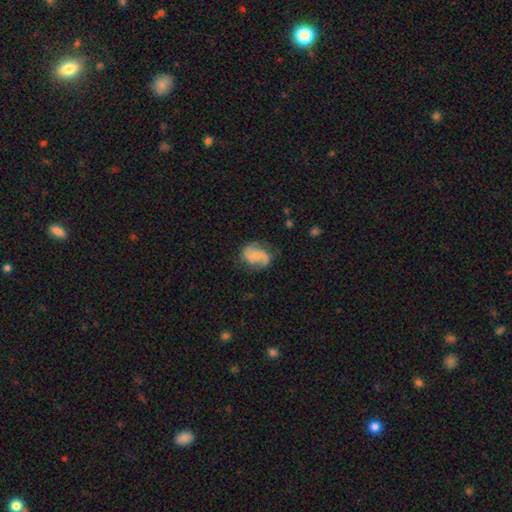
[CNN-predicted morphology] Smooth or featured? featured or disk (64%)
Edge-on disk? no (98%)
Bar? no (59%)
Spiral arms? yes (92%)
Spiral winding? medium (42%)
Spiral arm count? 2 (87%)
Bulge size? small (43%)
Merging? none (66%)